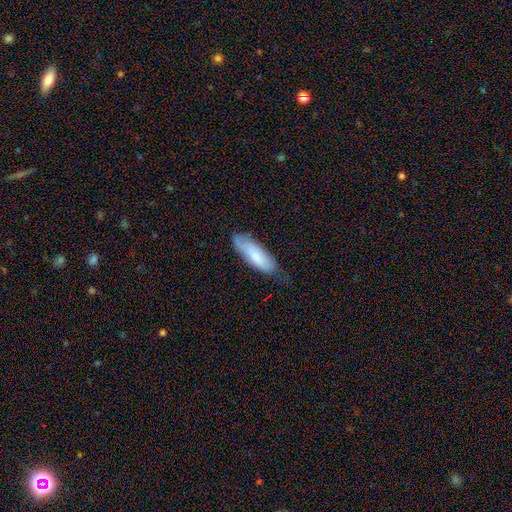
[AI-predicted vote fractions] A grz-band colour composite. It shows a smooth galaxy with no disk features (74%) that is in between round and cigar-shaped (58%). Merging: none (57%).